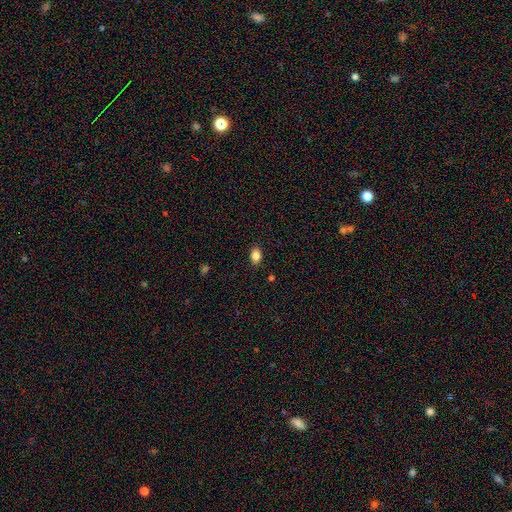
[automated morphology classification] Smooth or featured? smooth (86%)
How rounded? in between (79%)
Merging? none (87%)